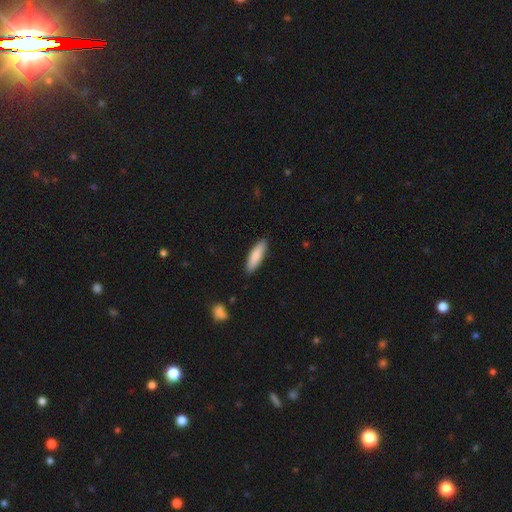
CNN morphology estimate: This appears to be a smooth galaxy with no disk features (84%) that is cigar-shaped (60%). Merging: none (89%).